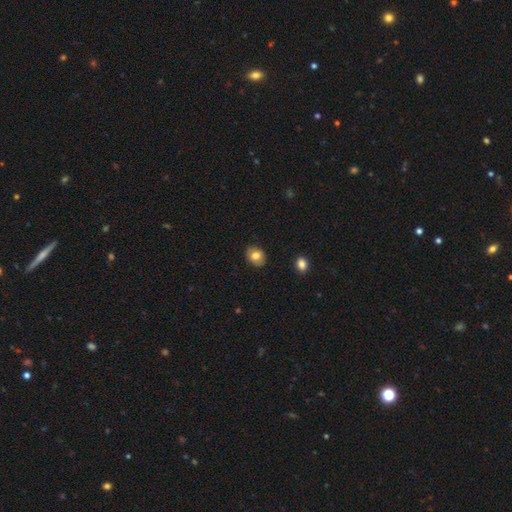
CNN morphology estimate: Smooth or featured: smooth — 78% (featured or disk — 14%)
How rounded: in between — 55% (round — 44%)
Merging: none — 87% (minor disturbance — 10%)